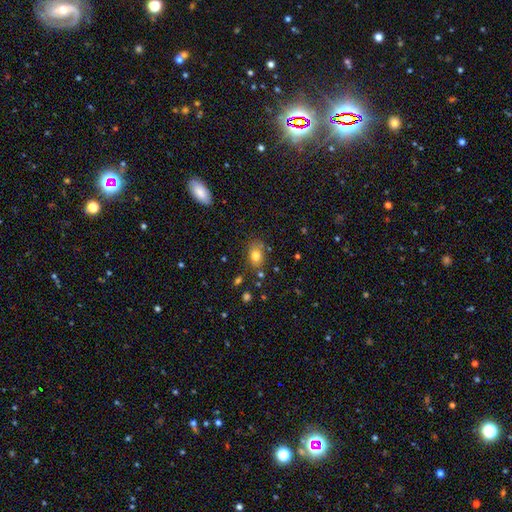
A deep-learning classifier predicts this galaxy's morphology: Smooth or featured? smooth (78%)
How rounded? in between (71%)
Merging? none (72%)